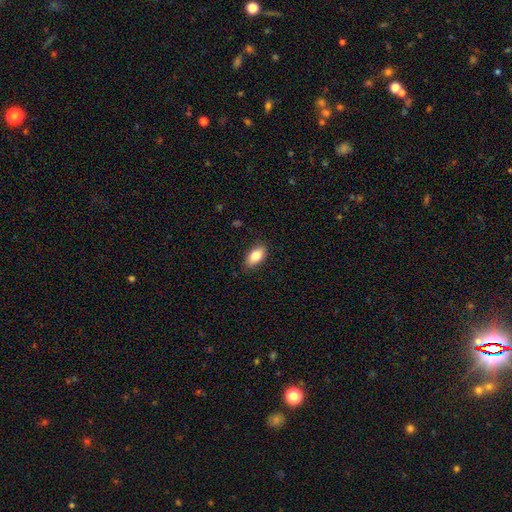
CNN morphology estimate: type=smooth (84%); roundness=in between (91%); merging=none (85%).